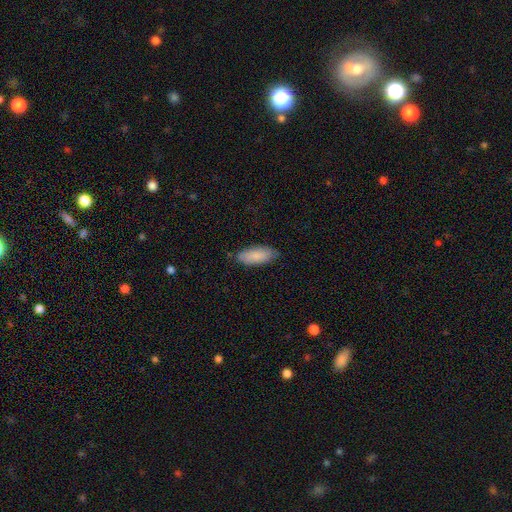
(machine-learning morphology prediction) A smooth galaxy with no disk features (86%) that is in between round and cigar-shaped (81%). Merging: none (81%).